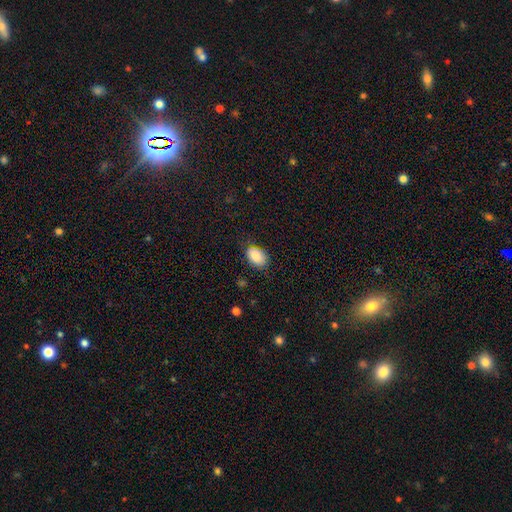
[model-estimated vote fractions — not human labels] Smooth or featured: smooth — 88% (star or artifact — 7%)
How rounded: in between — 89% (round — 10%)
Merging: none — 76% (minor disturbance — 19%)